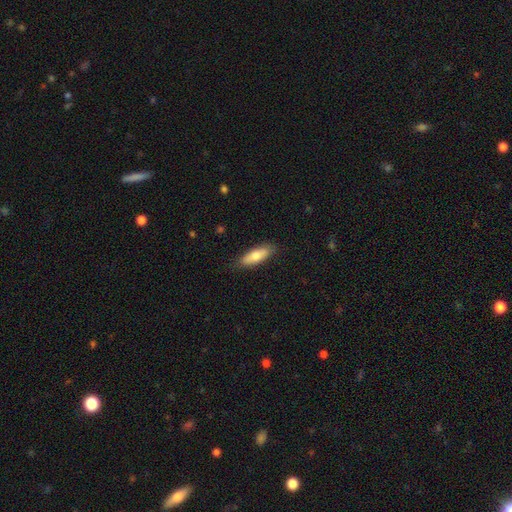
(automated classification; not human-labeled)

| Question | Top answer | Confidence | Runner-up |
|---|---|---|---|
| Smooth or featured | smooth | 76% | featured or disk (18%) |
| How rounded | in between | 56% | cigar-shaped (43%) |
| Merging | none | 85% | minor disturbance (12%) |